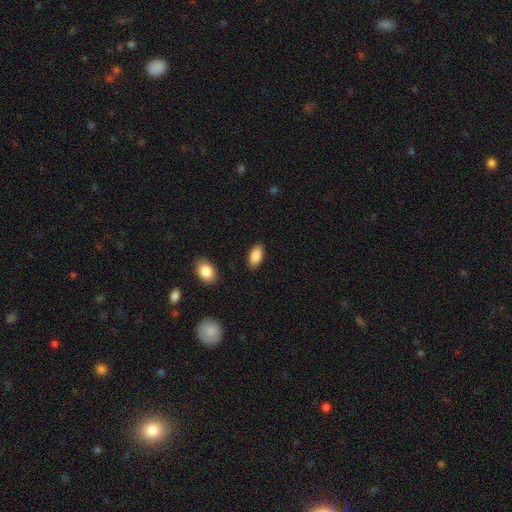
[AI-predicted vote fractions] Smooth or featured? smooth (87%)
How rounded? in between (94%)
Merging? none (87%)